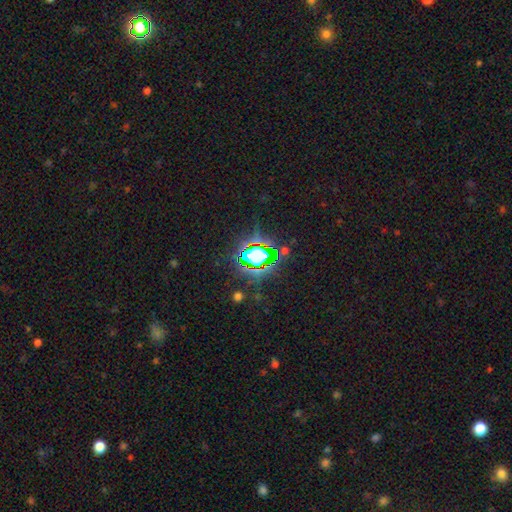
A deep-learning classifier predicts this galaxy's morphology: This appears to be a star or artifact, not a galaxy (68%).